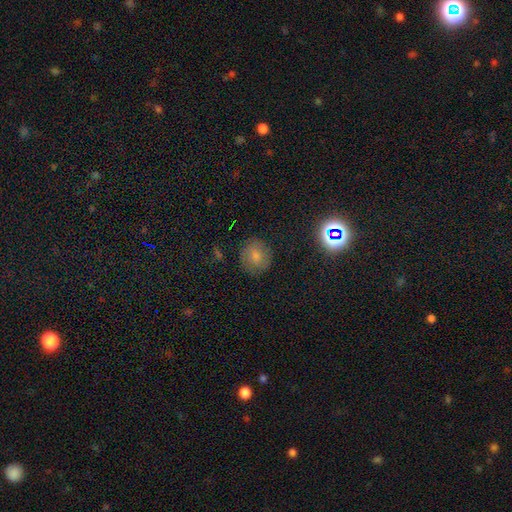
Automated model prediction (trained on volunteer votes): Smooth or featured?
  - smooth: 71% *
  - featured or disk: 16%
  - star or artifact: 13%
How rounded?
  - round: 82% *
  - in between: 16%
  - cigar-shaped: 1%
Merging?
  - none: 80% *
  - minor disturbance: 14%
  - major disturbance: 4%
  - merger: 1%